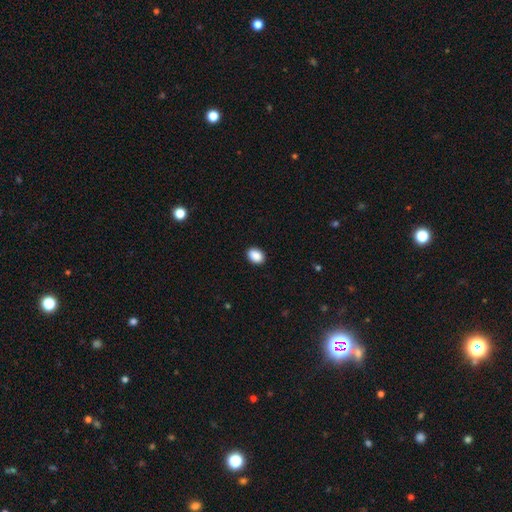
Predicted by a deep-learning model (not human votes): Smooth or featured?
  - smooth: 90% *
  - star or artifact: 8%
  - featured or disk: 2%
How rounded?
  - in between: 74% *
  - round: 25%
  - cigar-shaped: 1%
Merging?
  - none: 90% *
  - minor disturbance: 7%
  - major disturbance: 2%
  - merger: 1%